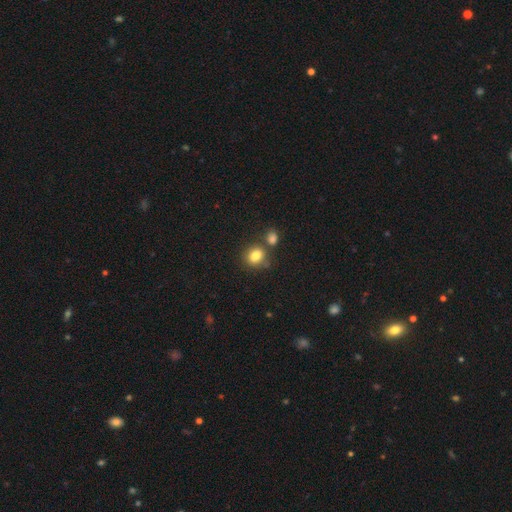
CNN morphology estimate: Smooth or featured?
  - smooth: 82% *
  - star or artifact: 10%
  - featured or disk: 7%
How rounded?
  - round: 58% *
  - in between: 41%
  - cigar-shaped: 1%
Merging?
  - none: 63% *
  - merger: 21%
  - minor disturbance: 12%
  - major disturbance: 4%